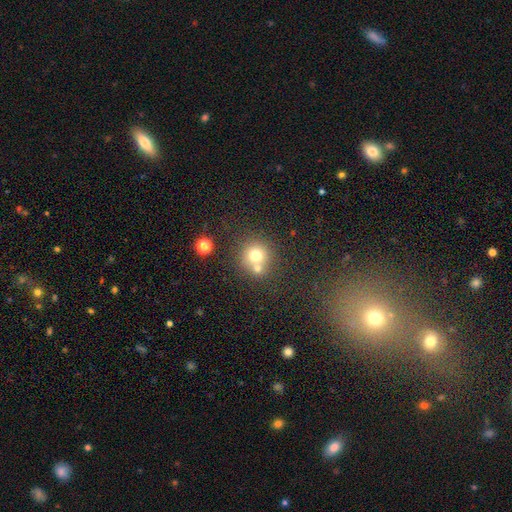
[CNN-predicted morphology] The model was most divided on "merging": none: 55%, merger: 33%, minor disturbance: 8%, major disturbance: 3%. More confident: how rounded — round (91%); smooth or featured — smooth (71%).